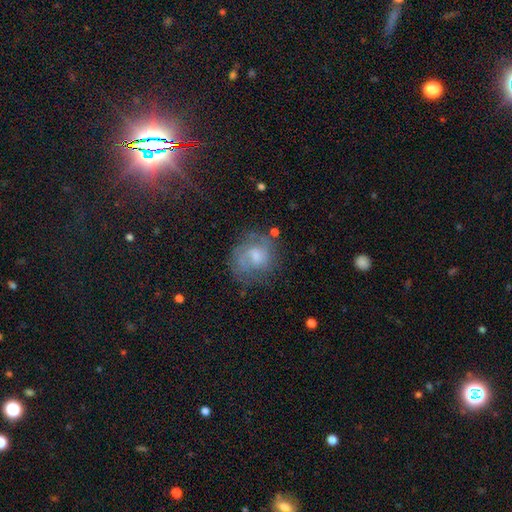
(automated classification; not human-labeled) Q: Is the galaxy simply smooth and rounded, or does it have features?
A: featured or disk — 58%.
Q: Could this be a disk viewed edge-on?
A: no — 97%.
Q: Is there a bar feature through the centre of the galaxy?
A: no — 56%.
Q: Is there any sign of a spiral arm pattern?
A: yes — 79%.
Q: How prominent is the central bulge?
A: moderate — 43%.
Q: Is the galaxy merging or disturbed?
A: none — 62%.